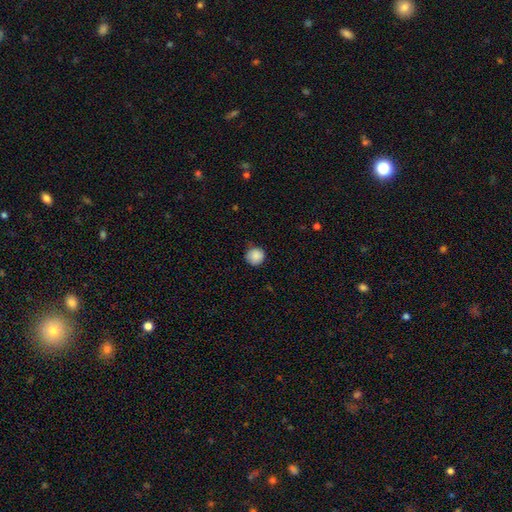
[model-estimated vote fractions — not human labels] The model was most divided on "merging": none: 77%, minor disturbance: 19%, major disturbance: 3%, merger: 1%. More confident: how rounded — round (93%); smooth or featured — smooth (87%).